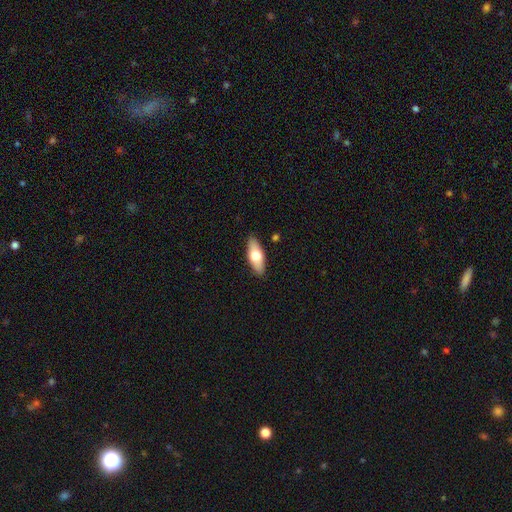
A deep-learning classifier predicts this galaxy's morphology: Smooth or featured? smooth (64%)
How rounded? in between (78%)
Merging? none (88%)